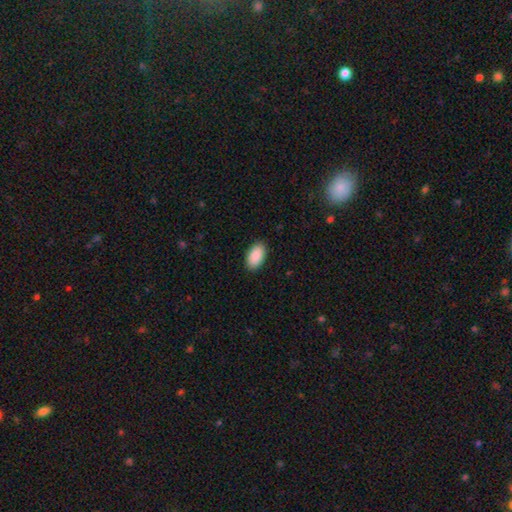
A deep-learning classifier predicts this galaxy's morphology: smooth_or_featured: smooth (p=0.91) [alt: star or artifact p=0.06]
how_rounded: in between (p=0.95) [alt: round p=0.03]
merging: none (p=0.89) [alt: minor disturbance p=0.08]